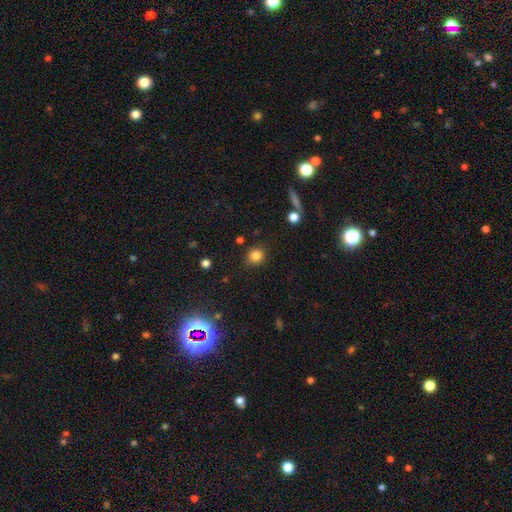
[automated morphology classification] A smooth galaxy with no disk features (83%) that is round (86%).

Vote fractions:
- Smooth or featured? smooth: 83% / star or artifact: 12% / featured or disk: 5%
- How rounded? round: 86% / in between: 13% / cigar-shaped: 1%
- Merging? none: 86% / minor disturbance: 9% / major disturbance: 3% / merger: 2%